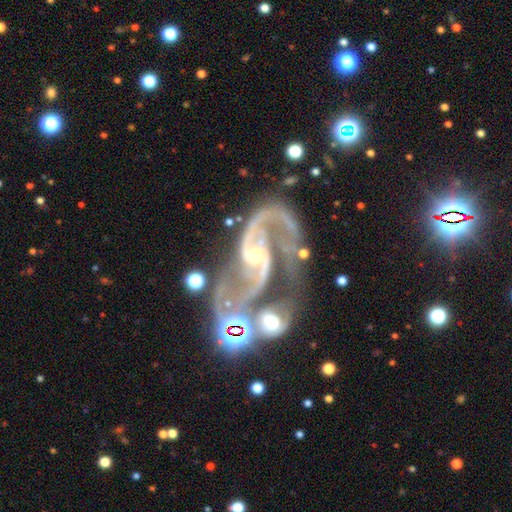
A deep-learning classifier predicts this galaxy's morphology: This appears to be a featured or disk galaxy (92%) with no bar (40%), 2 (85%) medium (47%) spiral arms (97%) and a small central bulge (51%). Merging: merger (49%).